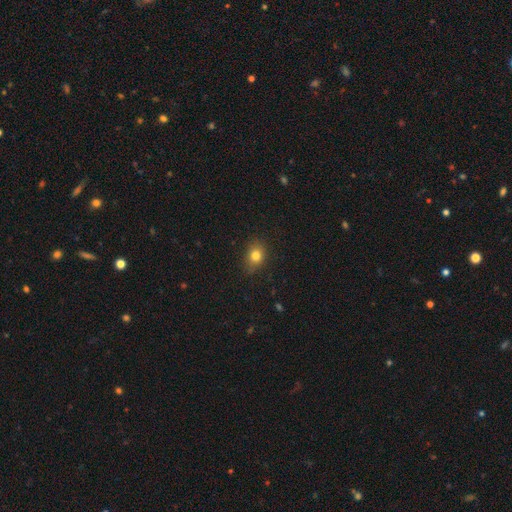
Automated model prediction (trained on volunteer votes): This appears to be a smooth galaxy with no disk features (80%) that is round (50%). Merging: none (81%).